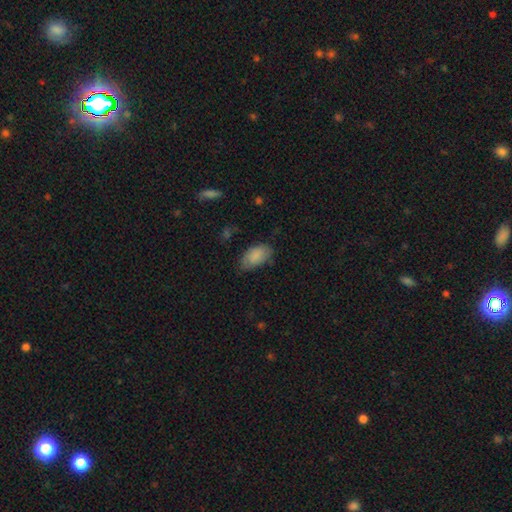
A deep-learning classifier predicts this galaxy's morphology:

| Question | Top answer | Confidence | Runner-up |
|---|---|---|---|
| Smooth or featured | smooth | 86% | featured or disk (8%) |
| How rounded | in between | 95% | round (3%) |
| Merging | none | 72% | minor disturbance (21%) |